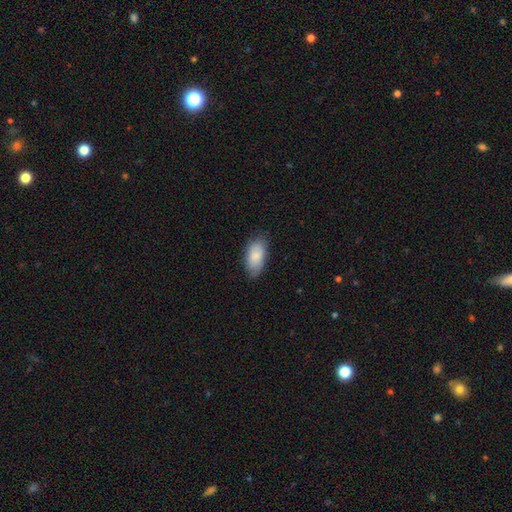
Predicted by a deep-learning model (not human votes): A smooth galaxy with no disk features (83%) that is in between round and cigar-shaped (93%). Merging: none (74%).